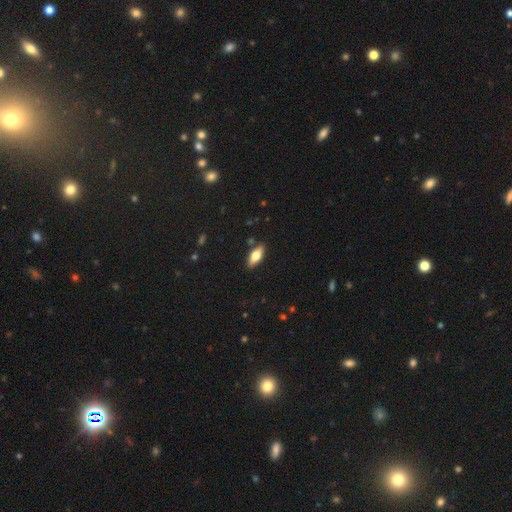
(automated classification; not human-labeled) A smooth galaxy with no disk features (65%) that is in between round and cigar-shaped (75%).

Vote fractions:
- Smooth or featured? smooth: 65% / featured or disk: 28% / star or artifact: 6%
- How rounded? in between: 75% / cigar-shaped: 22% / round: 3%
- Merging? none: 86% / minor disturbance: 10% / major disturbance: 2% / merger: 2%